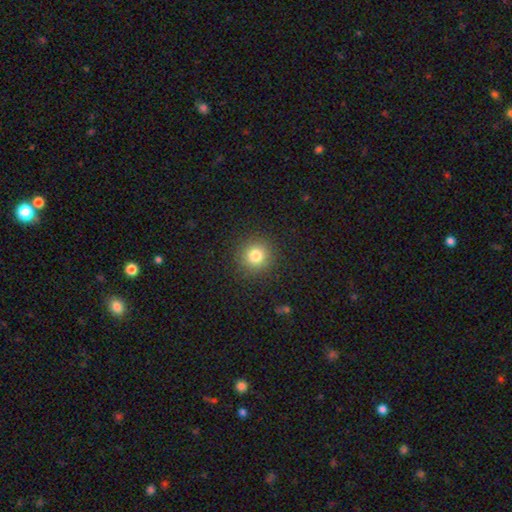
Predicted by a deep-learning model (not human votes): smooth 81%, star or artifact 13%, featured or disk 7%. Down the decision tree: how rounded — round (94%); merging — none (91%).